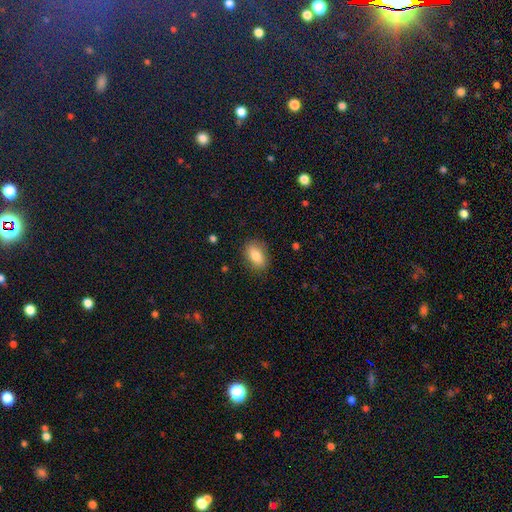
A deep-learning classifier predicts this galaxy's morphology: Overall: smooth (81%). How rounded: in between (85%). Merging: none (84%).